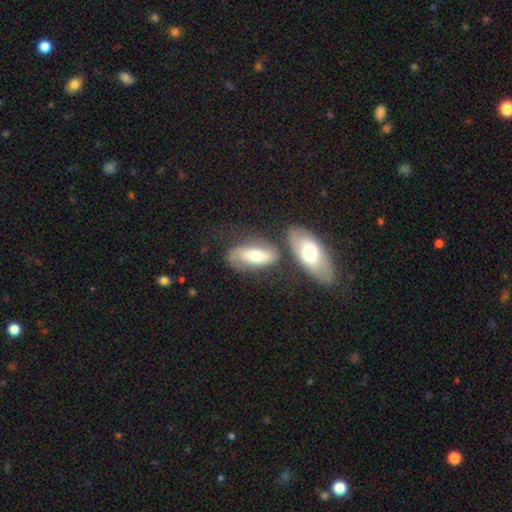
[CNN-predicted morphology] smooth-or-featured: smooth: 49% | featured or disk: 45% | star or artifact: 7%
  merging: none: 52% | merger: 23% | minor disturbance: 17% | major disturbance: 7%